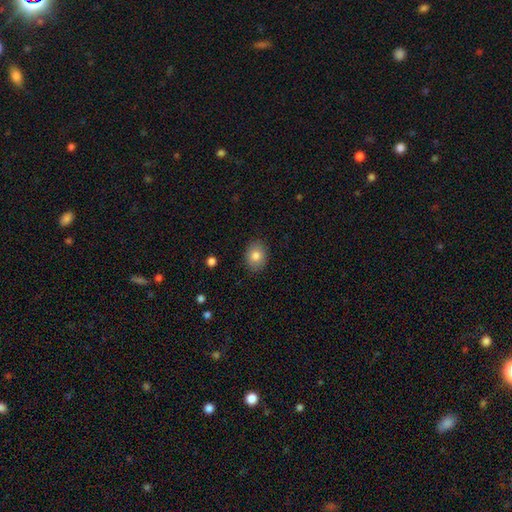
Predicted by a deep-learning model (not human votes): Smooth or featured? smooth (82%)
How rounded? in between (57%)
Merging? none (88%)